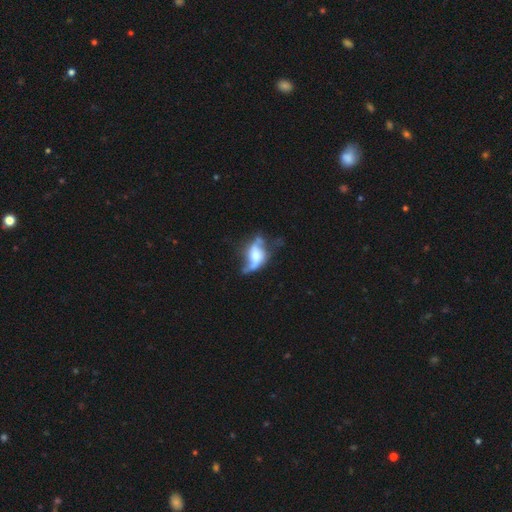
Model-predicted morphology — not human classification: Smooth or featured? featured or disk (67%)
Edge-on disk? no (87%)
Bar? no (51%)
Spiral arms? yes (75%)
Bulge size? large (32%)
Merging? none (33%)